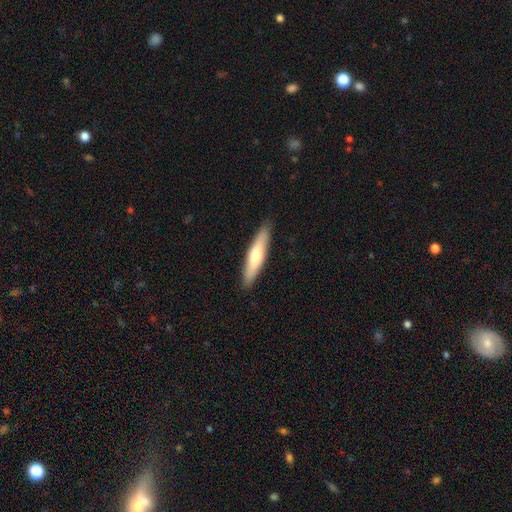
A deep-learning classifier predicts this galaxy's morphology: Smooth or featured? smooth (59%)
How rounded? cigar-shaped (82%)
Merging? none (89%)